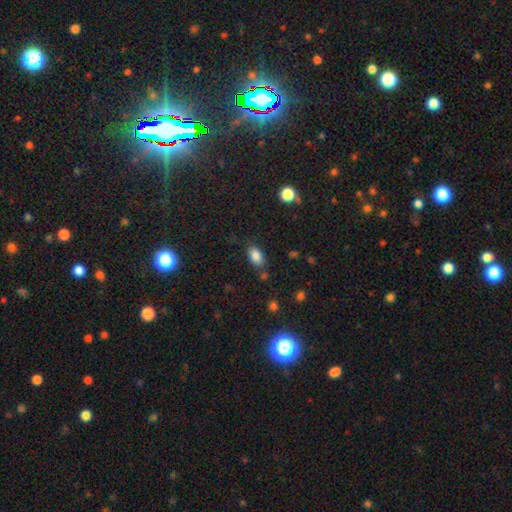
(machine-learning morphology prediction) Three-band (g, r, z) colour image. It shows a smooth galaxy with no disk features (83%) that is in between round and cigar-shaped (90%). Merging: none (74%).